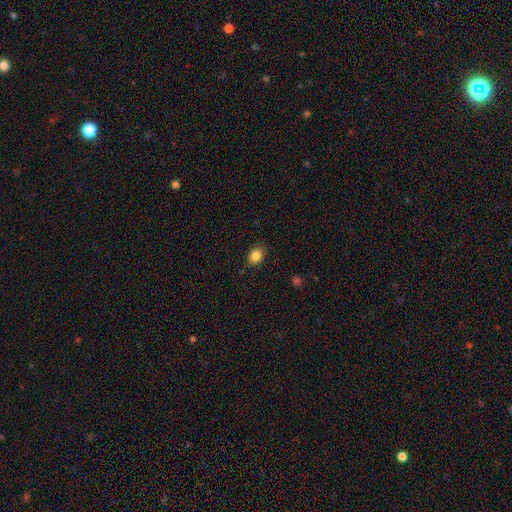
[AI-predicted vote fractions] This is clearly a smooth galaxy (86%). How rounded: likely in between (67%). Merging: clearly none (84%).